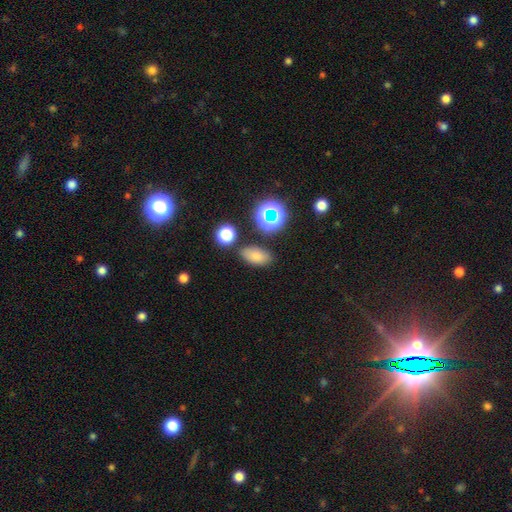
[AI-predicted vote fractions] Q: Smooth or featured?
A: smooth (73%); runner-up: star or artifact (17%)
Q: How rounded?
A: in between (87%); runner-up: round (10%)
Q: Merging?
A: none (79%); runner-up: minor disturbance (12%)